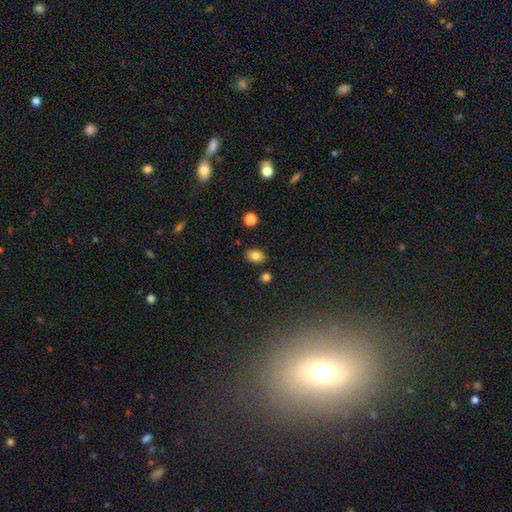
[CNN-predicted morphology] type=smooth (82%); roundness=in between (81%); merging=none (83%).